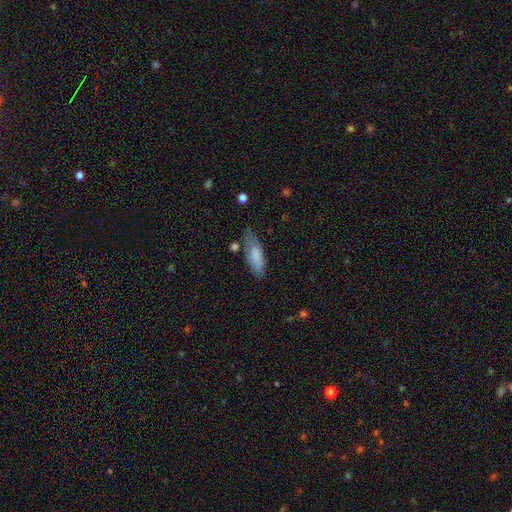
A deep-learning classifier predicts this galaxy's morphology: Smooth or featured? Predicted: smooth (p=0.79). How rounded? Predicted: in between (p=0.58). Merging? Predicted: none (p=0.61).